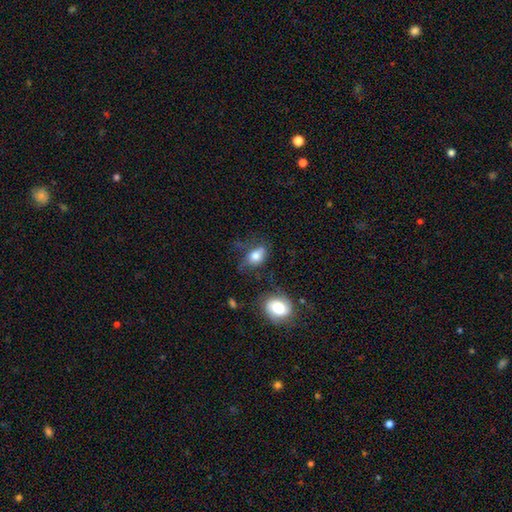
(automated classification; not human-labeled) A smooth galaxy with no disk features (71%) that is in between round and cigar-shaped (75%).

Vote fractions:
- Smooth or featured? smooth: 71% / featured or disk: 19% / star or artifact: 10%
- How rounded? in between: 75% / round: 23% / cigar-shaped: 2%
- Merging? none: 41% / minor disturbance: 28% / major disturbance: 22% / merger: 9%